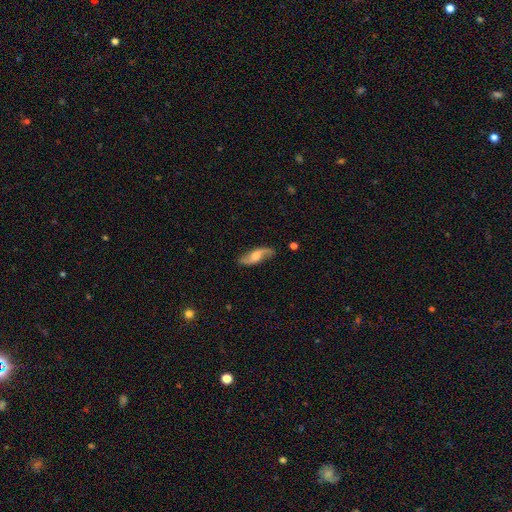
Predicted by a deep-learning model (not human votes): Overall: featured or disk (73%). Edge-on disk: no (86%). Bar: no (51%; weak 40%). Spiral arms: yes (94%). Spiral arm count: 2 (92%). Spiral winding: loose (77%). Bulge size: moderate (42%; large 23%). Merging: none (80%).